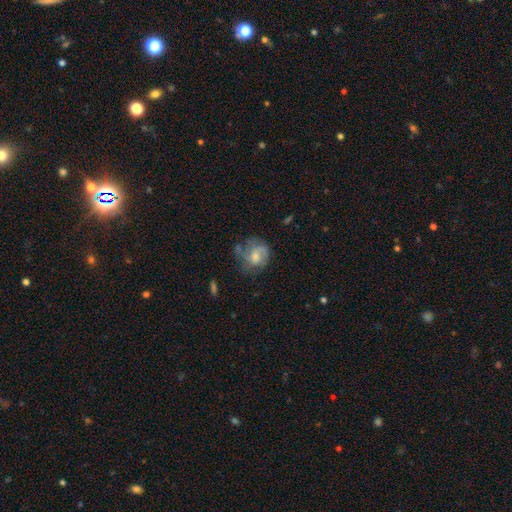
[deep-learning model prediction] A featured or disk galaxy (56%) with no bar (60%), spiral arms (75%) and a moderate central bulge (45%). Merging: none (46%).